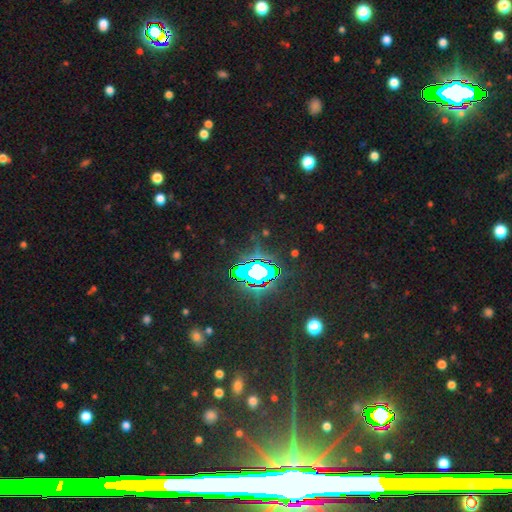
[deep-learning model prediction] Smooth or featured?
  - star or artifact: 80% *
  - smooth: 11%
  - featured or disk: 9%